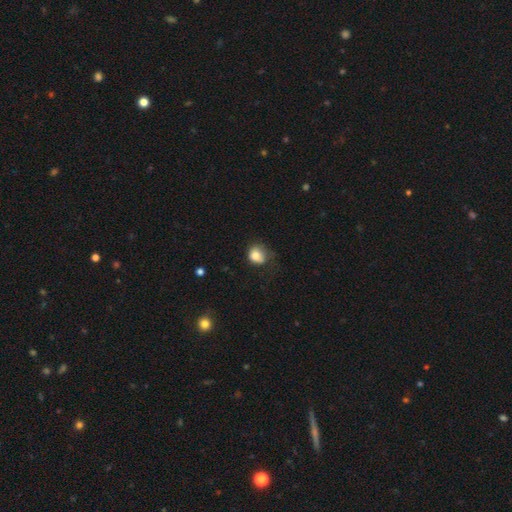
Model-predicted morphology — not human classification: Q: Smooth or featured?
A: smooth (80%); runner-up: featured or disk (11%)
Q: How rounded?
A: round (67%); runner-up: in between (33%)
Q: Merging?
A: none (47%); runner-up: minor disturbance (32%)